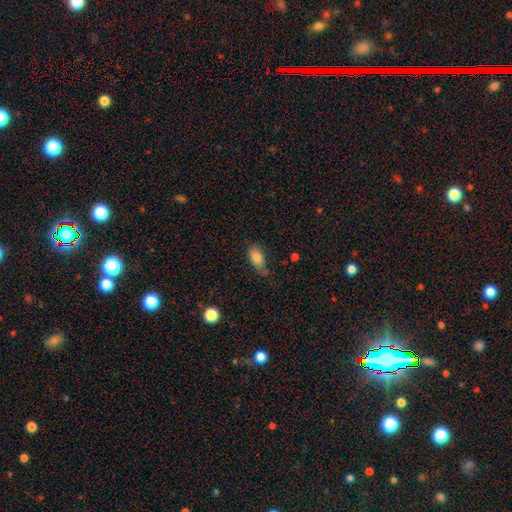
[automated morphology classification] Smooth or featured?
  - smooth: 83% *
  - featured or disk: 9%
  - star or artifact: 8%
How rounded?
  - in between: 88% *
  - cigar-shaped: 7%
  - round: 5%
Merging?
  - none: 54% *
  - minor disturbance: 33%
  - major disturbance: 10%
  - merger: 3%